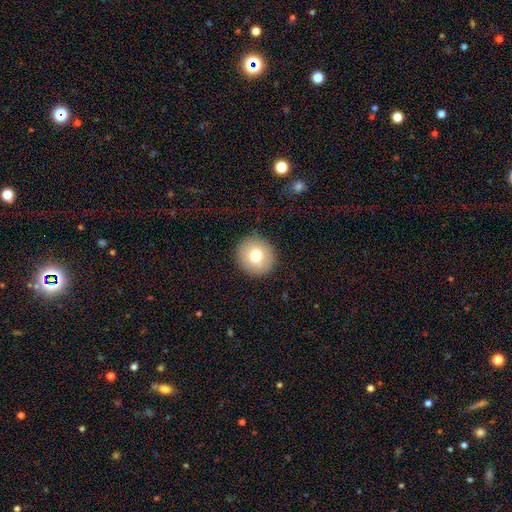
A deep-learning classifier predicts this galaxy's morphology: Q: Smooth or featured?
A: smooth (75%); runner-up: featured or disk (15%)
Q: How rounded?
A: round (93%); runner-up: in between (7%)
Q: Merging?
A: none (90%); runner-up: minor disturbance (7%)